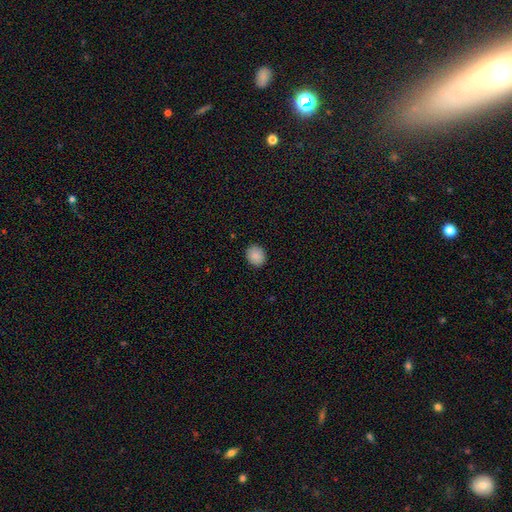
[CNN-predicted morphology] smooth_or_featured: smooth (p=0.88) [alt: star or artifact p=0.08]
how_rounded: round (p=0.66) [alt: in between p=0.33]
merging: none (p=0.91) [alt: minor disturbance p=0.07]